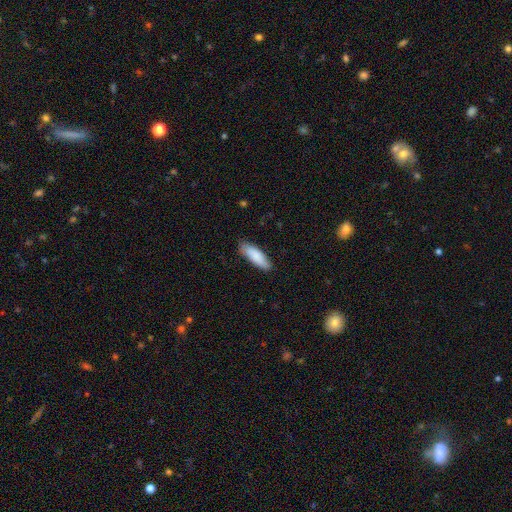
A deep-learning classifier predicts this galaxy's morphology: Q: Smooth or featured?
A: smooth (85%); runner-up: featured or disk (9%)
Q: How rounded?
A: in between (57%); runner-up: cigar-shaped (42%)
Q: Merging?
A: none (81%); runner-up: minor disturbance (15%)